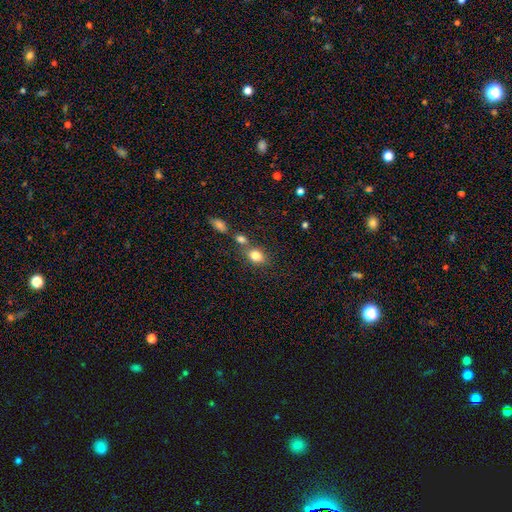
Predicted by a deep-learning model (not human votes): smooth 81%, star or artifact 10%, featured or disk 9%. Down the decision tree: how rounded — in between (65%); merging — none (57%).